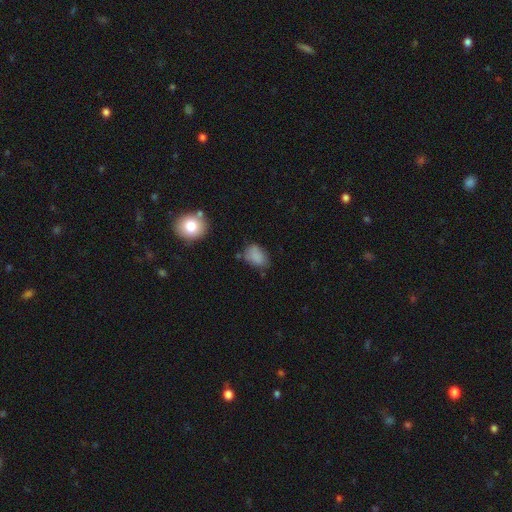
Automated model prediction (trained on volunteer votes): smooth-or-featured: smooth: 81% | star or artifact: 11% | featured or disk: 8%
  how-rounded: in between: 82% | round: 16% | cigar-shaped: 2%
  merging: none: 56% | minor disturbance: 30% | major disturbance: 9% | merger: 5%